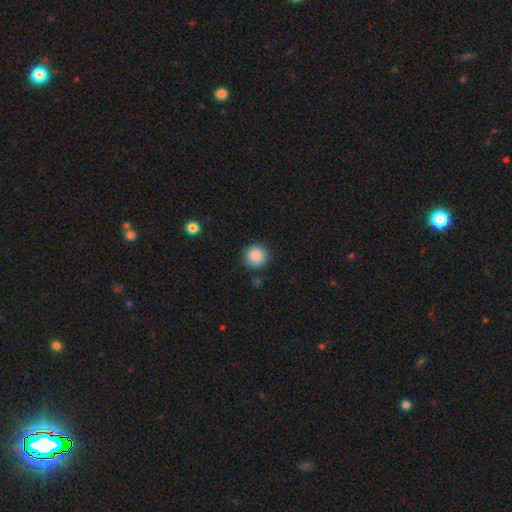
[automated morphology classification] Smooth or featured? smooth (88%)
How rounded? round (95%)
Merging? none (89%)